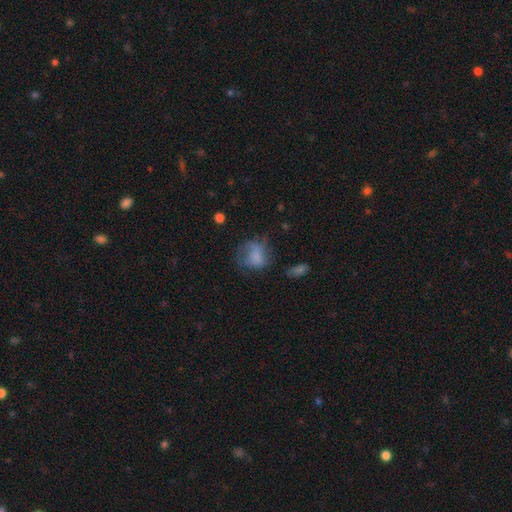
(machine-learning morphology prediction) This appears to be a smooth galaxy with no disk features (63%) that is round (58%). Merging: none (39%).